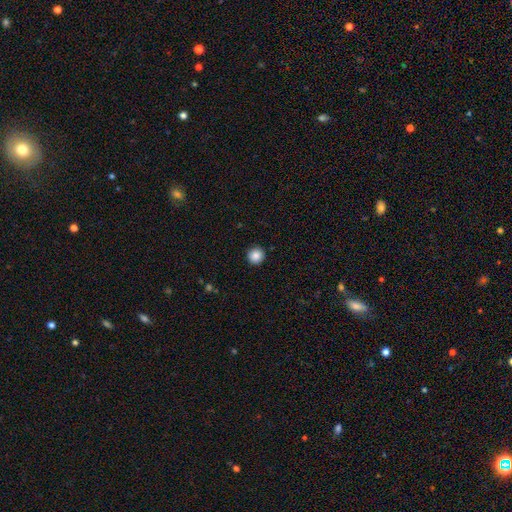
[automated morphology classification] Smooth or featured? smooth (87%)
How rounded? round (96%)
Merging? none (93%)